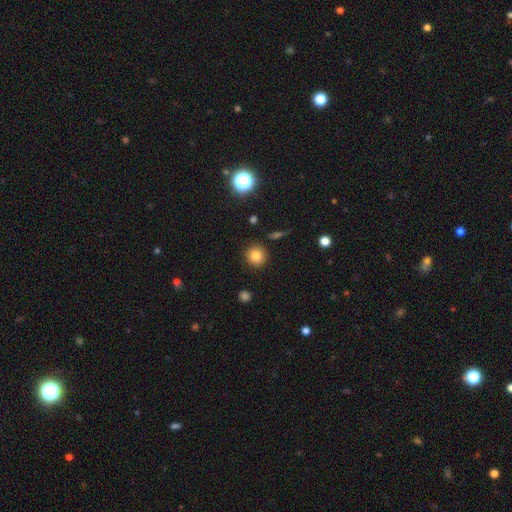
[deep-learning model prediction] A smooth galaxy with no disk features (80%) that is round (93%).

Vote fractions:
- Smooth or featured? smooth: 80% / star or artifact: 13% / featured or disk: 7%
- How rounded? round: 93% / in between: 6% / cigar-shaped: 1%
- Merging? none: 90% / minor disturbance: 6% / major disturbance: 2% / merger: 2%